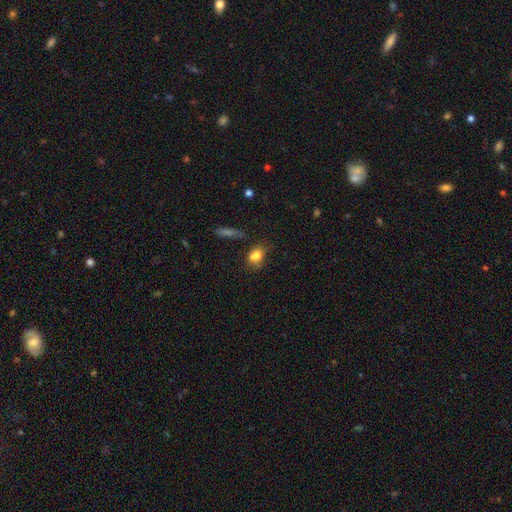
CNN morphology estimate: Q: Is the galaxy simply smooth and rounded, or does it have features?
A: smooth — 78%.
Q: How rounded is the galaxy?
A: in between — 68%.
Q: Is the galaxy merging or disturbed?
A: none — 54%.